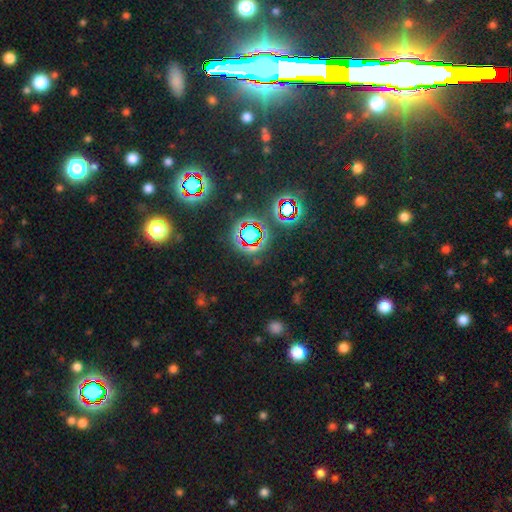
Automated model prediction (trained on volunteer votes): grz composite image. It shows a star or artifact, not a galaxy (79%).